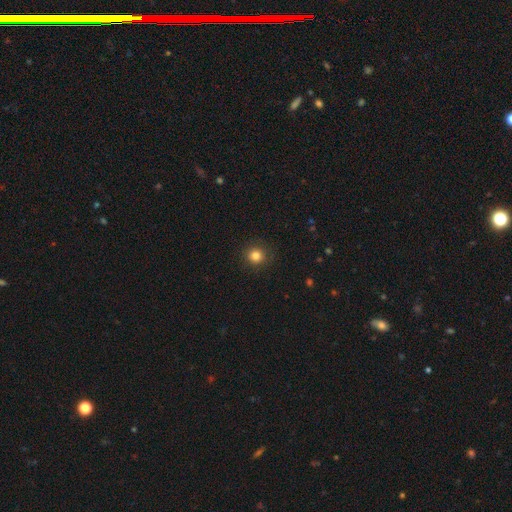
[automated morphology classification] type=smooth (83%); roundness=round (92%); merging=none (89%).